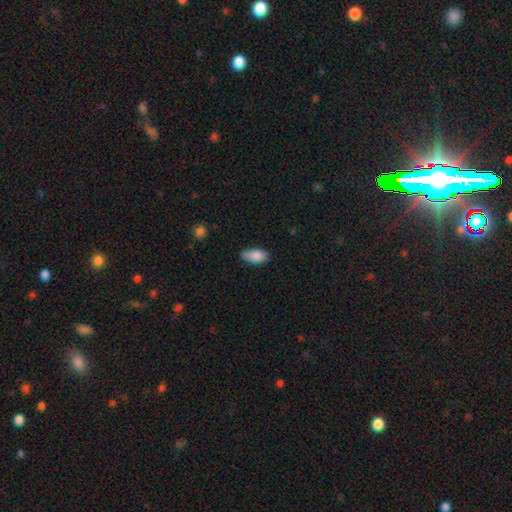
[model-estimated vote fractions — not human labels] Smooth or featured? Predicted: smooth (p=0.86). How rounded? Predicted: in between (p=0.90). Merging? Predicted: none (p=0.72).